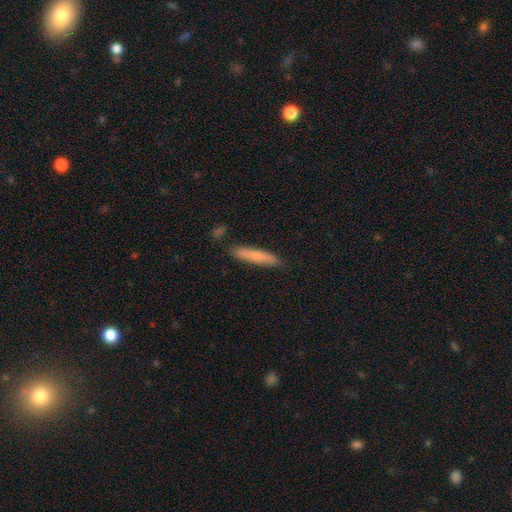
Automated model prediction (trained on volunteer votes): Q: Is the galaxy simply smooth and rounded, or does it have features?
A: smooth — 76%.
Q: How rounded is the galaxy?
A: cigar-shaped — 91%.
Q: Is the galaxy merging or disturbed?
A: none — 86%.